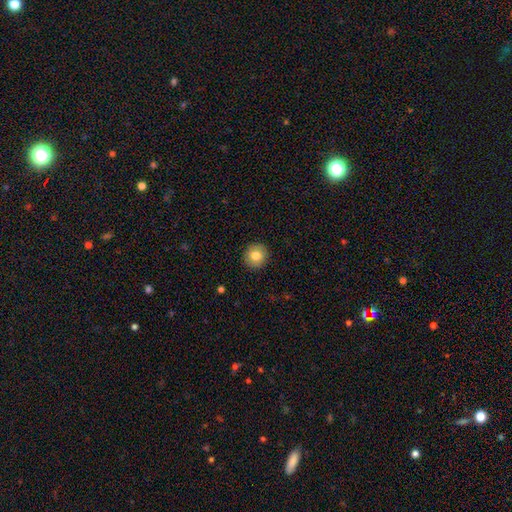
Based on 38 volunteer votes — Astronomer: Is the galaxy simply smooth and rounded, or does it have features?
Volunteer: smooth — 76%.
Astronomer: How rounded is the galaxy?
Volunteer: round — 97%.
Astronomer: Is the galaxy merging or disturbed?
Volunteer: none — 86%.